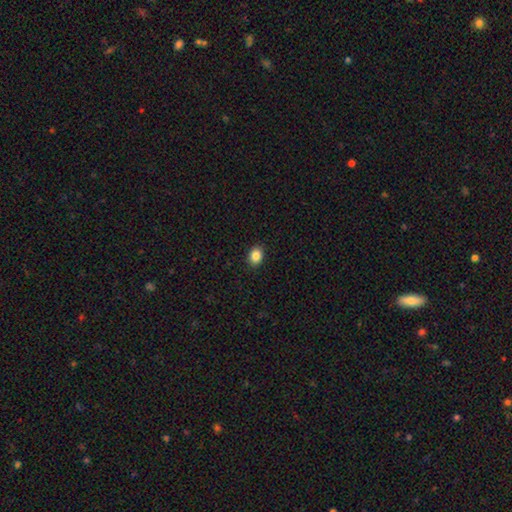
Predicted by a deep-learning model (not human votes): Q: Smooth or featured?
A: smooth (86%); runner-up: star or artifact (9%)
Q: How rounded?
A: in between (61%); runner-up: round (38%)
Q: Merging?
A: none (91%); runner-up: minor disturbance (7%)